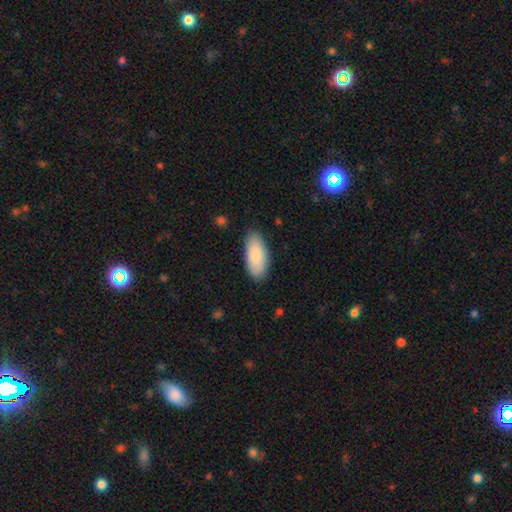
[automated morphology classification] smooth 84%, featured or disk 10%, star or artifact 5%. Down the decision tree: how rounded — in between (91%); merging — none (85%).